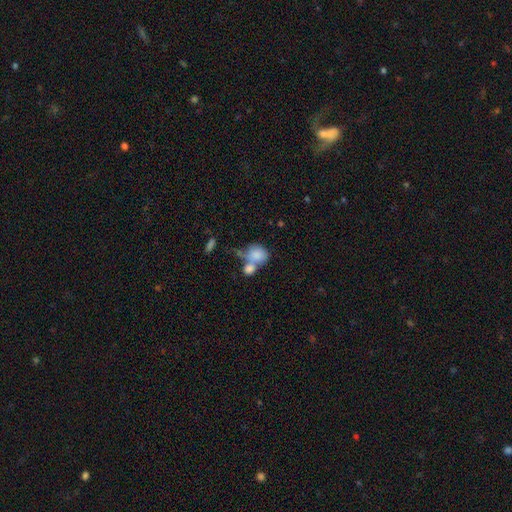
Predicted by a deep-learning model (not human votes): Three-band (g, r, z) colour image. It shows a smooth galaxy with no disk features (79%) that is in between round and cigar-shaped (57%). Merging: merger (61%).